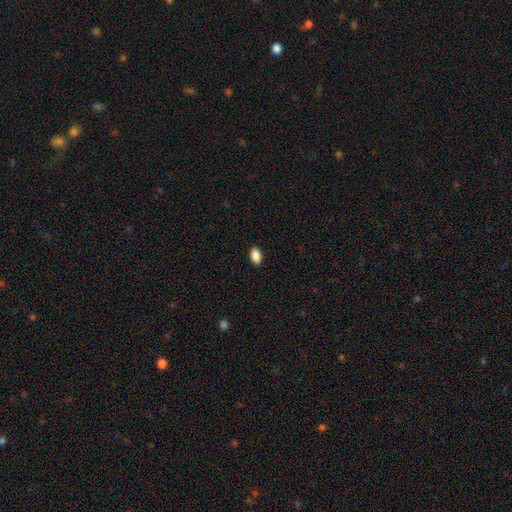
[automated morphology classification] smooth 89%, star or artifact 7%, featured or disk 4%. Down the decision tree: how rounded — in between (93%); merging — none (90%).